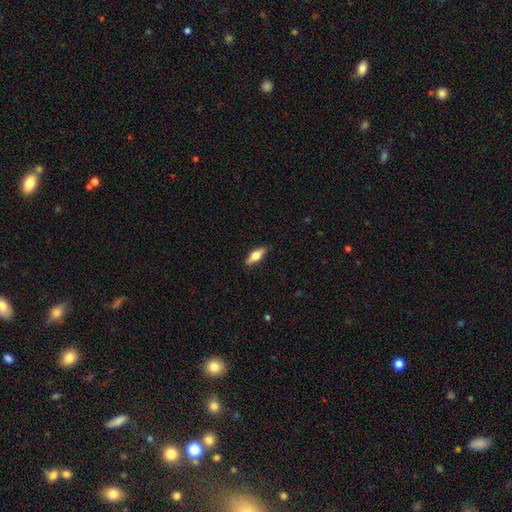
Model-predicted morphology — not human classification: smooth 58%, featured or disk 35%, star or artifact 6%. Down the decision tree: how rounded — in between (66%); merging — none (84%).